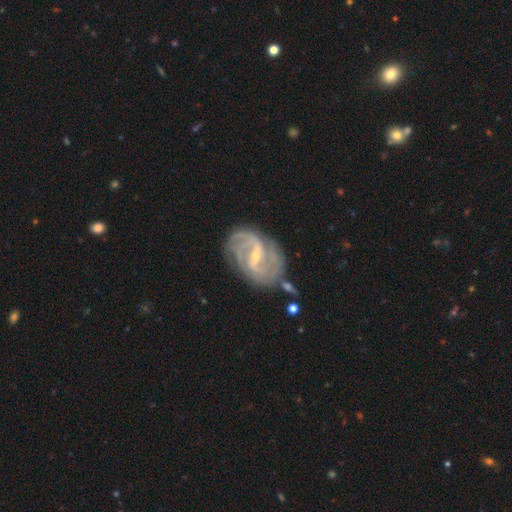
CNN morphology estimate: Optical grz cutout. It shows a featured or disk galaxy (90%) with a weak bar (45%), 2 (53%) medium (47%) spiral arms (97%) and a small central bulge (72%). Merging: none (68%).